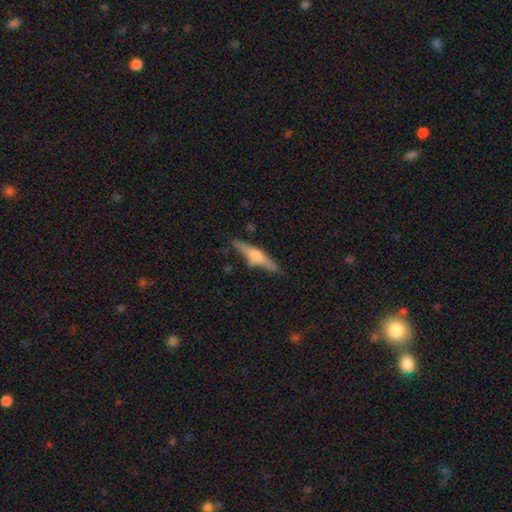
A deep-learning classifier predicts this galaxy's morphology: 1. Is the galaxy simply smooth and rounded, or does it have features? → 64% featured or disk, 30% smooth, 6% star or artifact.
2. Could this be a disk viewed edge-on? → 97% yes, 3% no.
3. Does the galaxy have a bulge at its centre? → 89% rounded, 7% boxy, 4% none.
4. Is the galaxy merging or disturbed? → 84% none, 12% minor disturbance, 3% major disturbance, 2% merger.